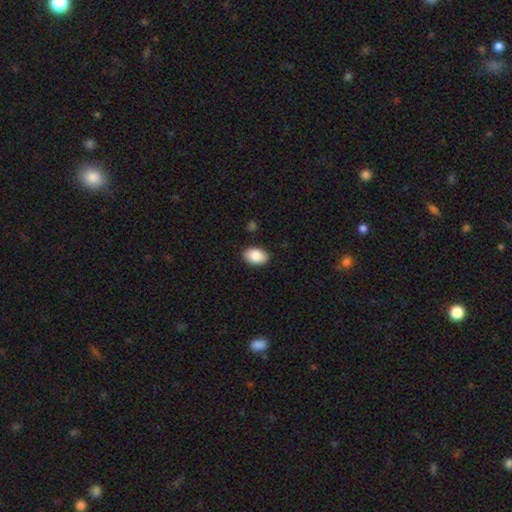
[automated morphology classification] A smooth galaxy with no disk features (89%) that is in between round and cigar-shaped (88%).

Vote fractions:
- Smooth or featured? smooth: 89% / star or artifact: 7% / featured or disk: 5%
- How rounded? in between: 88% / round: 11% / cigar-shaped: 1%
- Merging? none: 88% / minor disturbance: 9% / major disturbance: 2% / merger: 1%